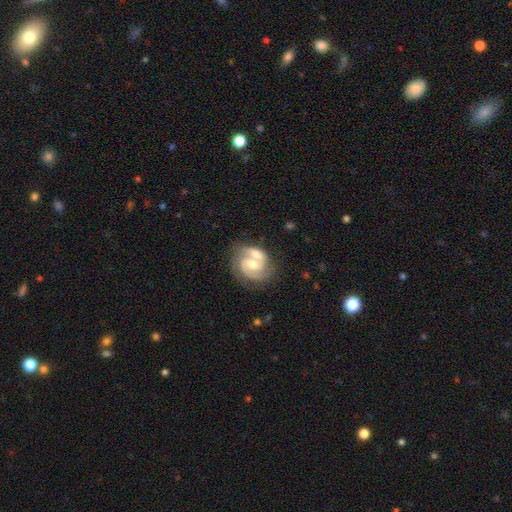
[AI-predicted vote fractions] Morphology: type=featured or disk (85%); edge-on=no (98%); bar=weak (46%); spiral arms=yes (95%); winding=medium (51%); arm count=2 (86%); bulge=moderate (57%); merging=none (57%).